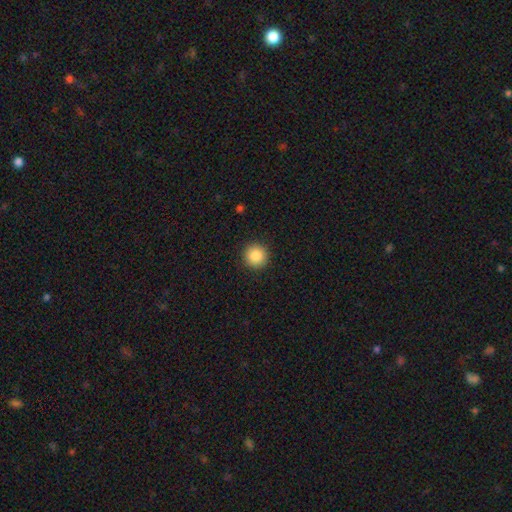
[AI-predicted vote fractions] The model was most divided on "smooth or featured": smooth: 88%, star or artifact: 9%, featured or disk: 3%. More confident: how rounded — round (96%); merging — none (92%).